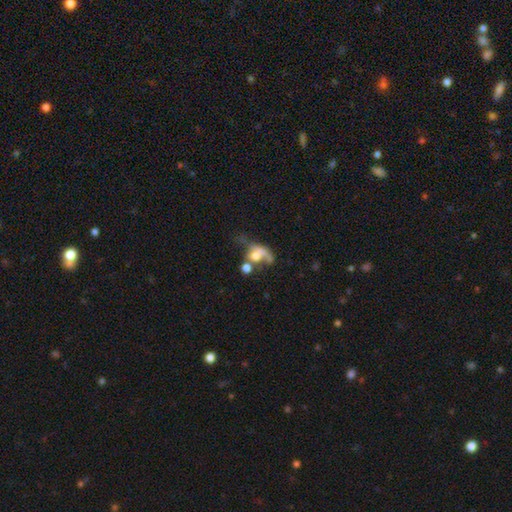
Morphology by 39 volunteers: smooth 62%, featured or disk 31%, star or artifact 8%. Down the decision tree: how rounded — in between (67%); merging — merger (42%).